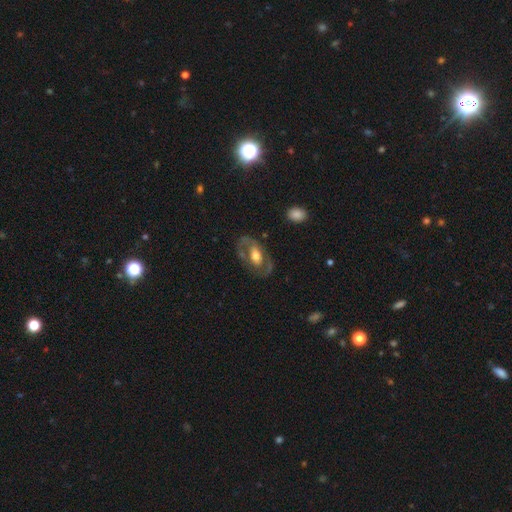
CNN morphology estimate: Smooth or featured? featured or disk (64%)
Edge-on disk? no (92%)
Bar? no (59%)
Spiral arms? no (54%)
Bulge size? moderate (59%)
Merging? none (69%)